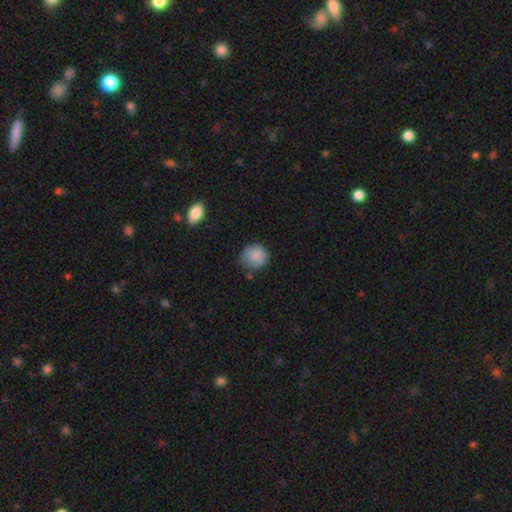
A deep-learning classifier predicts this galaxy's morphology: This is clearly a smooth galaxy (85%). How rounded: clearly round (85%). Merging: possibly none (58%).